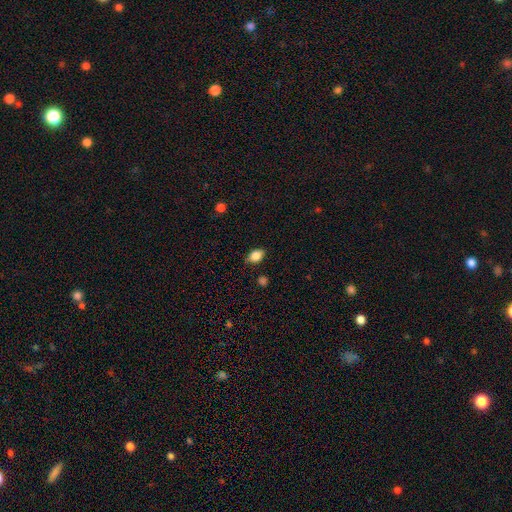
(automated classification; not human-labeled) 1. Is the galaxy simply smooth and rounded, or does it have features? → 85% smooth, 9% star or artifact, 6% featured or disk.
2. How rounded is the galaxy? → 79% in between, 19% round, 2% cigar-shaped.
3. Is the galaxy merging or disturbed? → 75% none, 19% minor disturbance, 3% major disturbance, 2% merger.